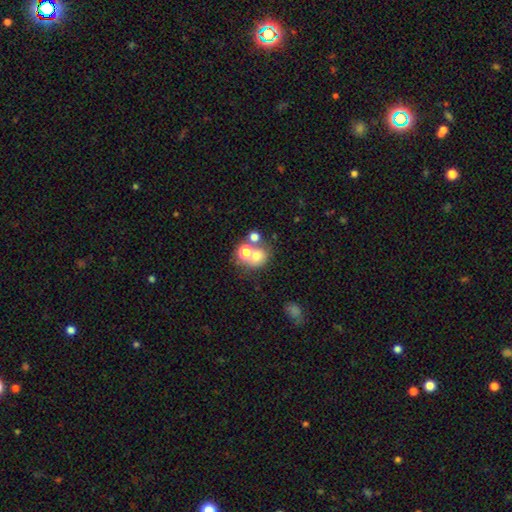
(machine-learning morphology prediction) Smooth or featured? Predicted: smooth (p=0.64). How rounded? Predicted: round (p=0.73). Merging? Predicted: merger (p=0.47).